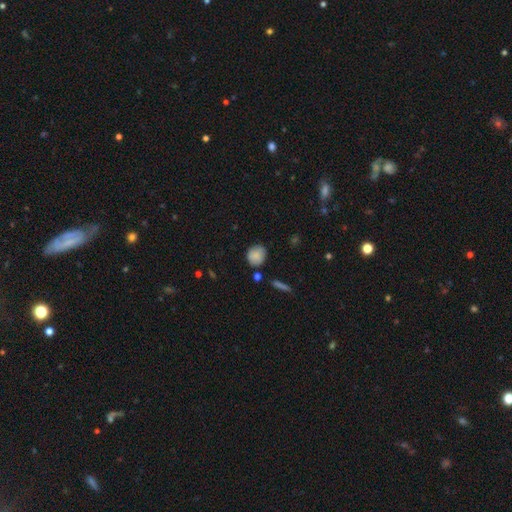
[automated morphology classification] smooth-or-featured: smooth: 84% | featured or disk: 8% | star or artifact: 8%
  how-rounded: round: 76% | in between: 23% | cigar-shaped: 1%
  merging: none: 77% | minor disturbance: 16% | merger: 4% | major disturbance: 3%